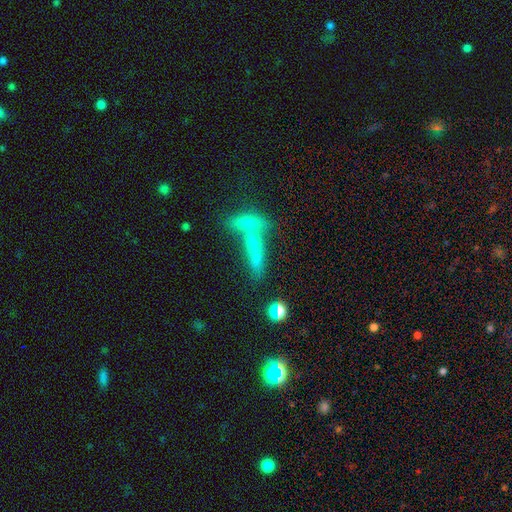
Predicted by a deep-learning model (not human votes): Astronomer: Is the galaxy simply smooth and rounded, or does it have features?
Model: smooth — 59%.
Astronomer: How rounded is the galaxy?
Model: cigar-shaped — 63%.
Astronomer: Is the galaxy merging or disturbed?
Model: merger — 50% (runner-up: none, 33%).